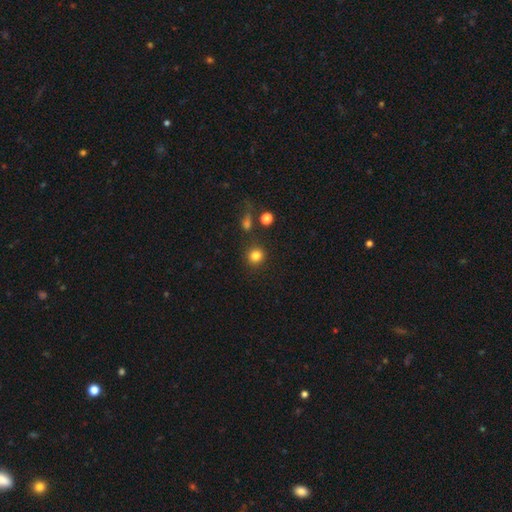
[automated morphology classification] smooth_or_featured: smooth (p=0.82) [alt: star or artifact p=0.12]
how_rounded: round (p=0.92) [alt: in between p=0.07]
merging: none (p=0.84) [alt: minor disturbance p=0.08]